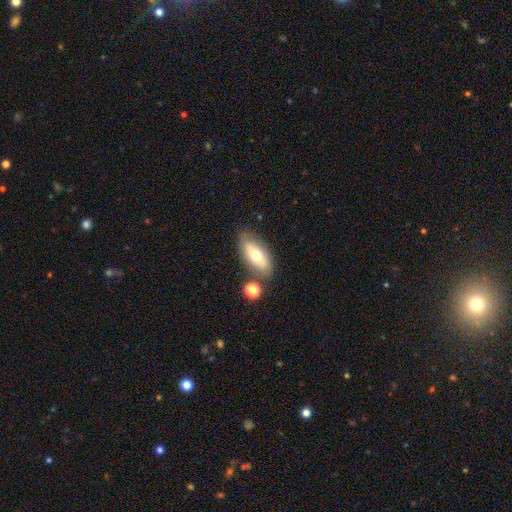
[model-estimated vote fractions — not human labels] Overall: smooth (61%; featured or disk 31%). How rounded: in between (84%). Merging: none (73%).